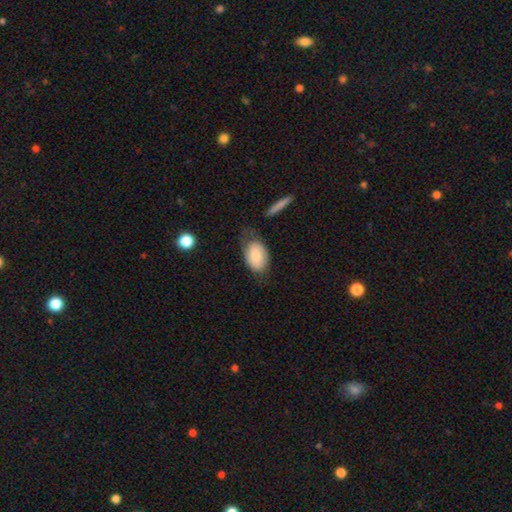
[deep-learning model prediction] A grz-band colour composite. It shows a smooth galaxy with no disk features (75%) that is in between round and cigar-shaped (91%). Merging: none (49%).